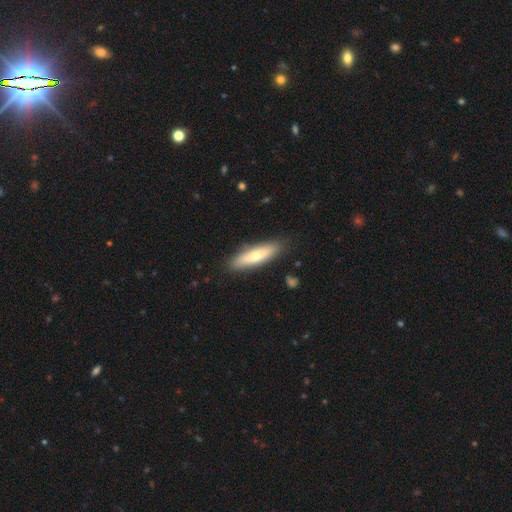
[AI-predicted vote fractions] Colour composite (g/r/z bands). It shows a smooth galaxy with no disk features (66%) that is cigar-shaped (63%). Merging: none (86%).